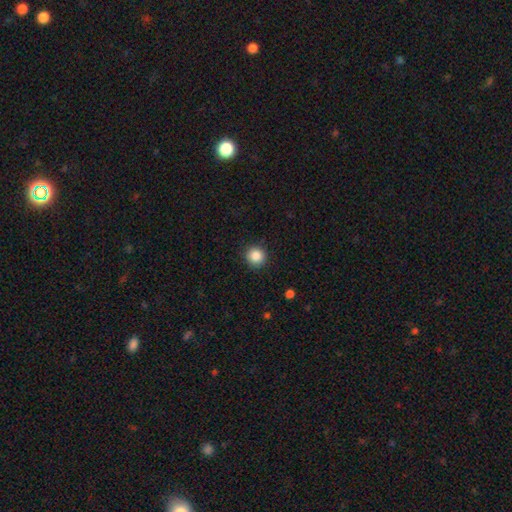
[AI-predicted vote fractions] Smooth or featured?
  - smooth: 86% *
  - star or artifact: 10%
  - featured or disk: 4%
How rounded?
  - round: 94% *
  - in between: 5%
  - cigar-shaped: 1%
Merging?
  - none: 91% *
  - minor disturbance: 6%
  - major disturbance: 2%
  - merger: 1%